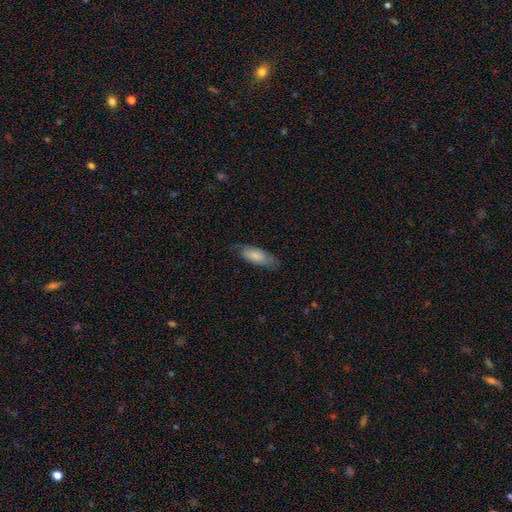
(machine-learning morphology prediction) Smooth or featured: smooth — 77% (featured or disk — 17%)
How rounded: in between — 77% (cigar-shaped — 21%)
Merging: none — 68% (minor disturbance — 24%)